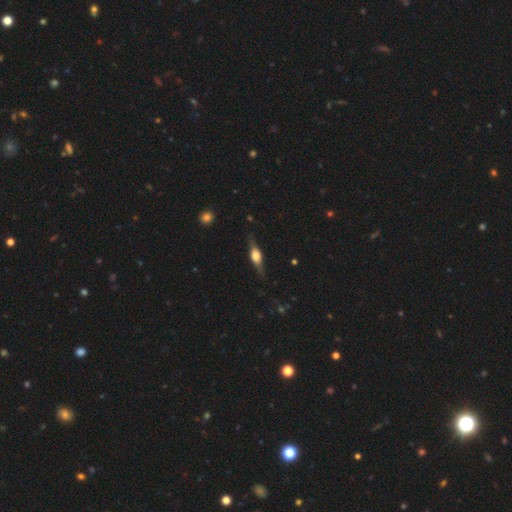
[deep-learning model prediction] This is likely a featured or disk galaxy (66%). It is clearly viewed edge-on (94%). Edge-on bulge: clearly rounded (87%). Merging: likely none (80%).